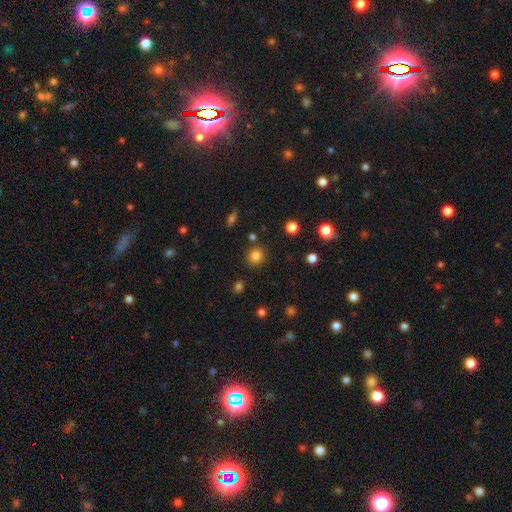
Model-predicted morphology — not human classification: Smooth or featured?
  - smooth: 83% *
  - star or artifact: 12%
  - featured or disk: 5%
How rounded?
  - round: 87% *
  - in between: 12%
  - cigar-shaped: 1%
Merging?
  - none: 86% *
  - minor disturbance: 8%
  - merger: 3%
  - major disturbance: 3%